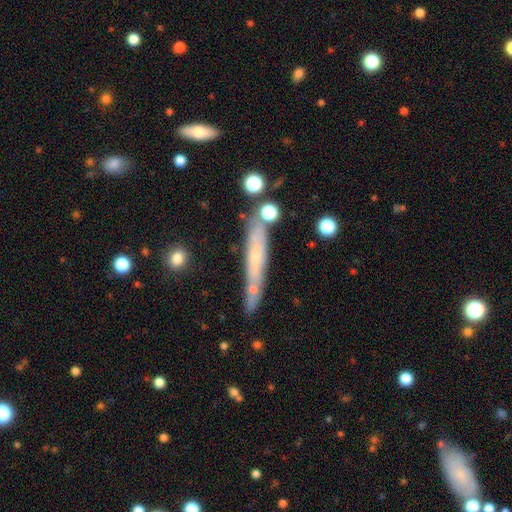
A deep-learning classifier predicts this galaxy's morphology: Smooth or featured?
  - featured or disk: 49% *
  - smooth: 42%
  - star or artifact: 9%
Merging?
  - none: 70% *
  - minor disturbance: 16%
  - merger: 10%
  - major disturbance: 4%